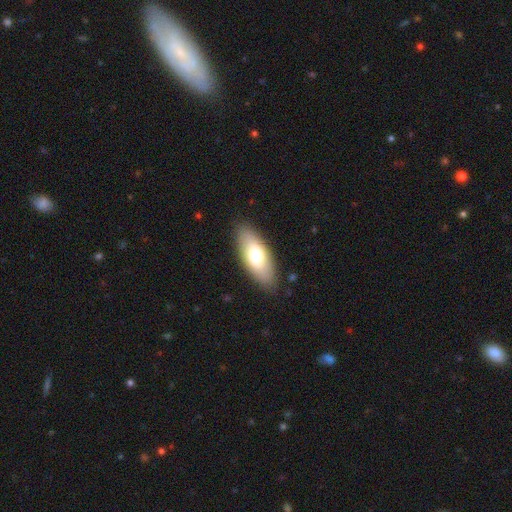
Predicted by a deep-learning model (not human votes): A smooth galaxy with no disk features (73%) that is in between round and cigar-shaped (81%). Merging: none (86%).